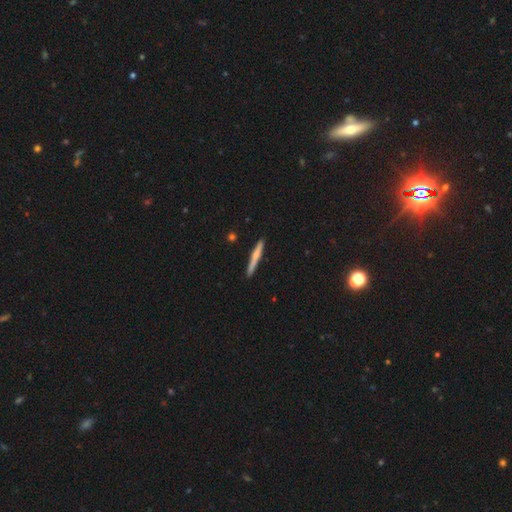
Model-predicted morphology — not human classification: smooth-or-featured: smooth: 55% | featured or disk: 39% | star or artifact: 6%
  how-rounded: cigar-shaped: 96% | in between: 3% | round: 1%
  merging: none: 90% | minor disturbance: 8% | merger: 1% | major disturbance: 1%